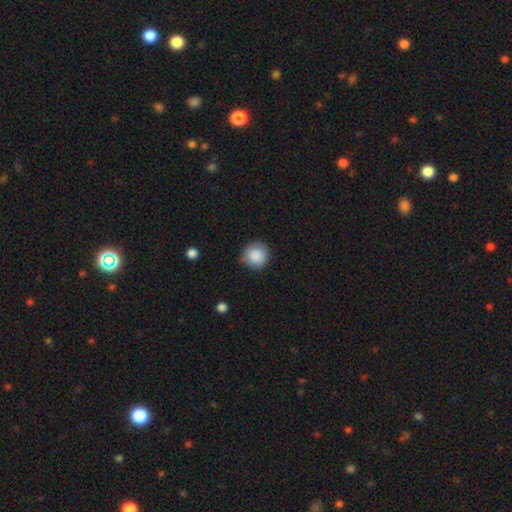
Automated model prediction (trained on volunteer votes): The model was most divided on "merging": none: 82%, minor disturbance: 14%, major disturbance: 3%, merger: 1%. More confident: how rounded — round (92%); smooth or featured — smooth (88%).